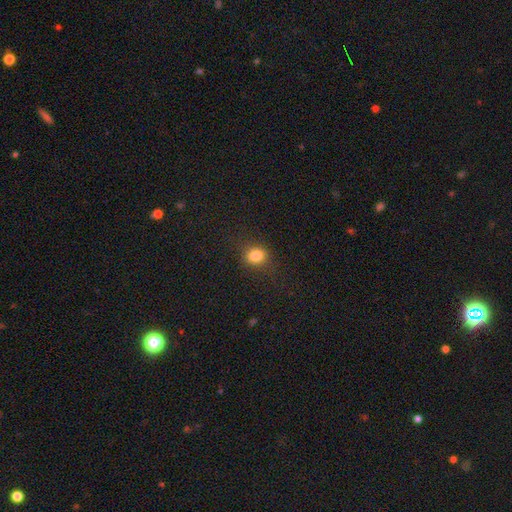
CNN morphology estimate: Smooth or featured? Predicted: smooth (p=0.83). How rounded? Predicted: round (p=0.59). Merging? Predicted: none (p=0.82).